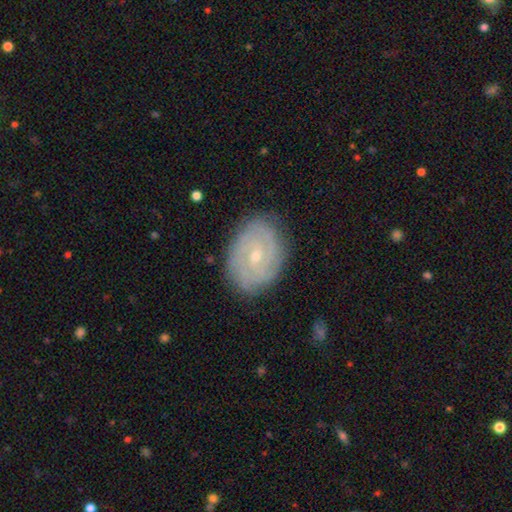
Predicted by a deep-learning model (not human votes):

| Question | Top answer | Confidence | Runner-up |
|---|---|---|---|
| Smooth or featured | featured or disk | 80% | smooth (13%) |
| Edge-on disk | no | 97% | yes (3%) |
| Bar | no | 56% | weak (37%) |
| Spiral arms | yes | 94% | no (6%) |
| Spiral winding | tight | 74% | medium (22%) |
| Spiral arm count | can't tell | 31% | tied: 2 (31%) |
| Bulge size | small | 67% | moderate (30%) |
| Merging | none | 83% | minor disturbance (13%) |